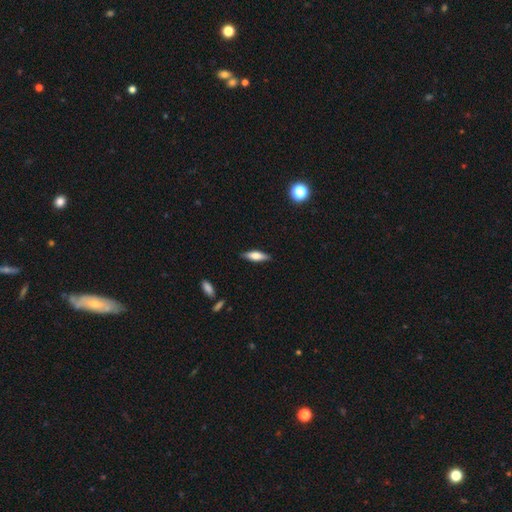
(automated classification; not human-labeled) Smooth or featured? smooth (60%)
How rounded? cigar-shaped (54%)
Merging? none (88%)